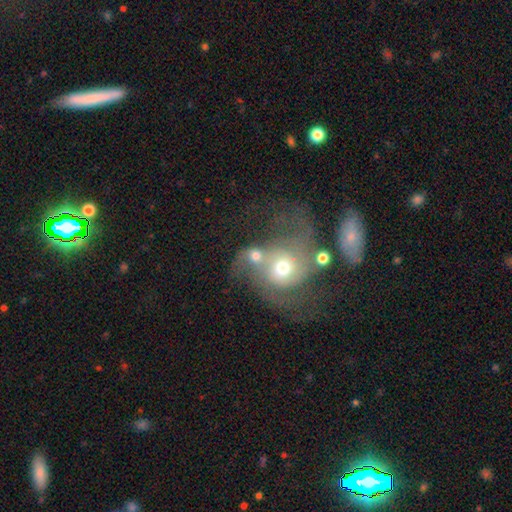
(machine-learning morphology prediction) Smooth or featured?
  - featured or disk: 50% *
  - smooth: 38%
  - star or artifact: 12%
Edge-on disk?
  - no: 96% *
  - yes: 4%
Merging?
  - merger: 55% *
  - none: 18%
  - major disturbance: 18%
  - minor disturbance: 9%